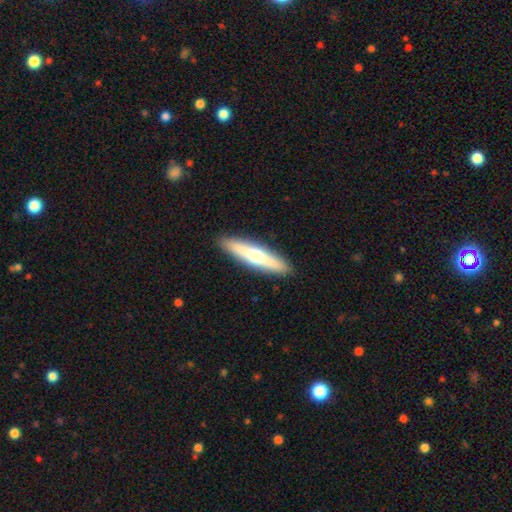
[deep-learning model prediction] A featured or disk galaxy (47%, tied with smooth).

Vote fractions:
- Smooth or featured? featured or disk: 47% (tied) / smooth: 47% (tied) / star or artifact: 5%
- Merging? none: 91% / minor disturbance: 6% / major disturbance: 1% / merger: 1%